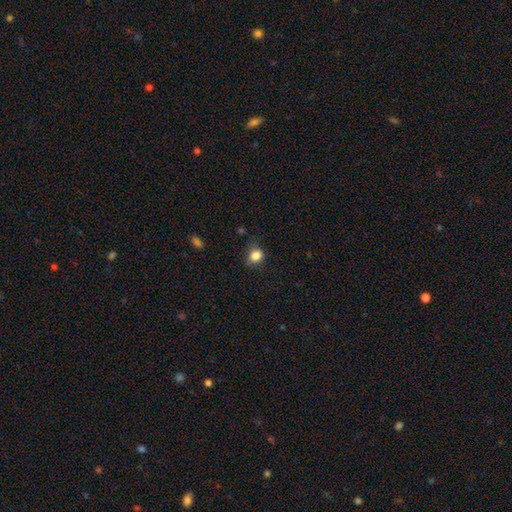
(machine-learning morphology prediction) A smooth galaxy with no disk features (83%) that is round (67%). Merging: none (68%).